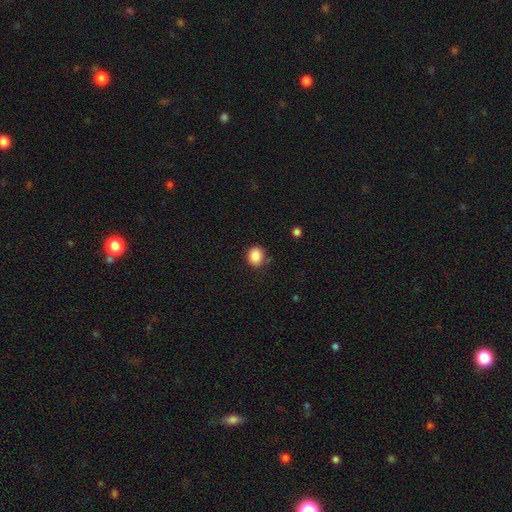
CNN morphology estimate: smooth 87%, star or artifact 9%, featured or disk 4%. Down the decision tree: how rounded — round (70%); merging — none (85%).